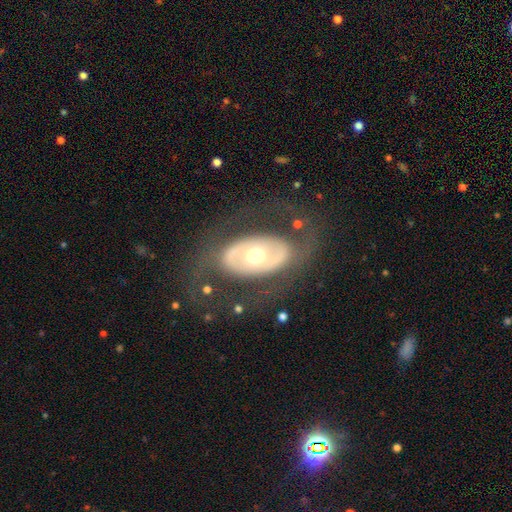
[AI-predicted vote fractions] Morphology: type=featured or disk (67%); edge-on=no (91%); bar=no (74%); spiral arms=no (69%); bulge=moderate (67%); merging=none (71%).